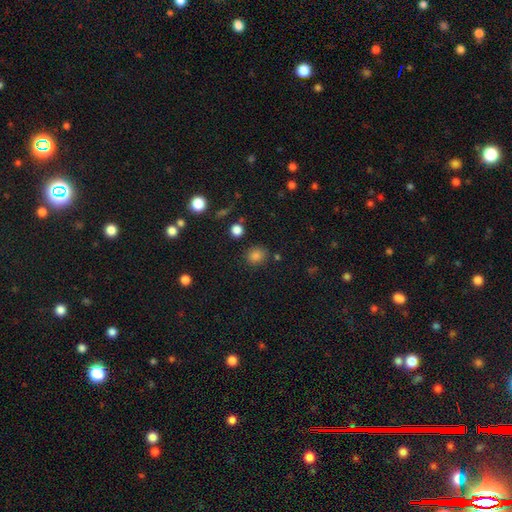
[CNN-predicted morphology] This is clearly a smooth galaxy (83%). How rounded: likely round (65%). Merging: clearly none (80%).